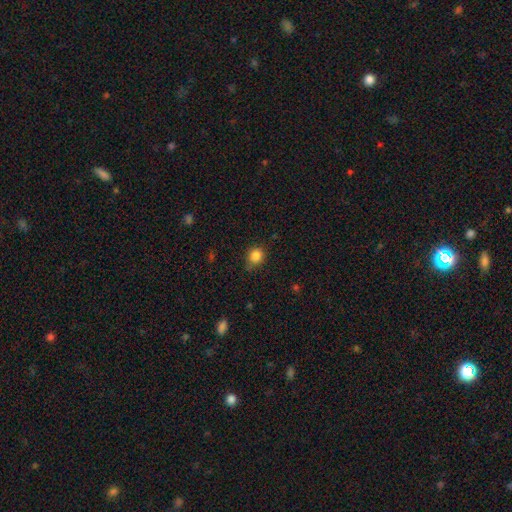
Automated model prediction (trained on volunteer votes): Overall: smooth (84%). How rounded: round (83%). Merging: none (73%).